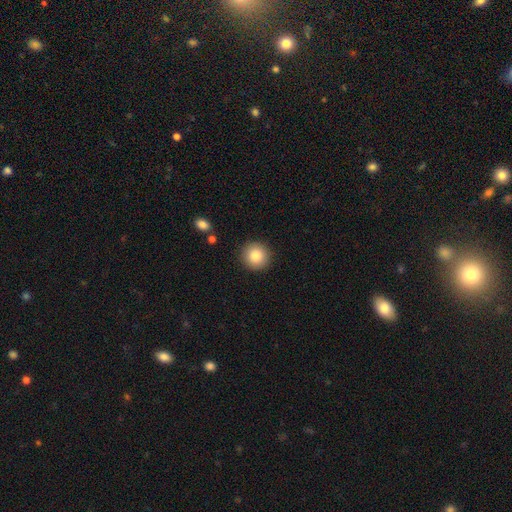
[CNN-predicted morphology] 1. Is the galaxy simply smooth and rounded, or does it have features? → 84% smooth, 9% star or artifact, 7% featured or disk.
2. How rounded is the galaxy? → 94% round, 5% in between, 1% cigar-shaped.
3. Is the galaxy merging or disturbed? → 91% none, 6% minor disturbance, 2% major disturbance, 2% merger.